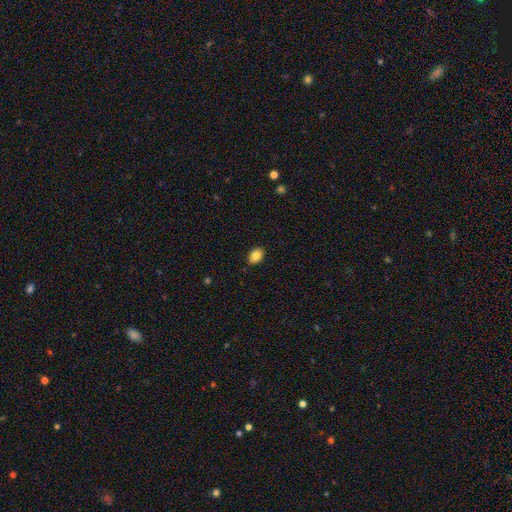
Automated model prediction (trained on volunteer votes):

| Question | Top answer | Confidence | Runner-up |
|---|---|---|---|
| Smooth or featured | smooth | 84% | star or artifact (8%) |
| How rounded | in between | 82% | round (17%) |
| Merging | none | 86% | minor disturbance (11%) |